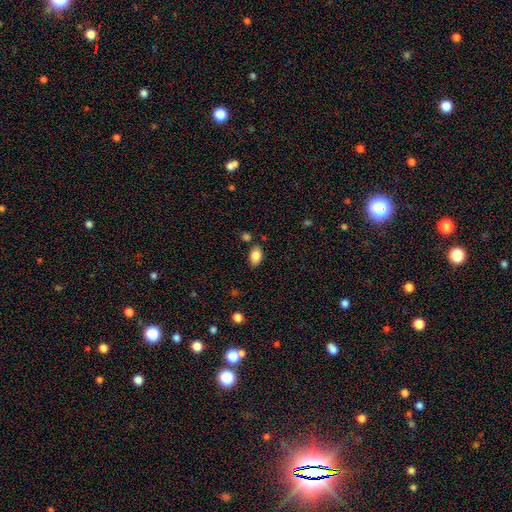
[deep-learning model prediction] smooth 85%, star or artifact 8%, featured or disk 7%. Down the decision tree: how rounded — in between (89%); merging — none (79%).